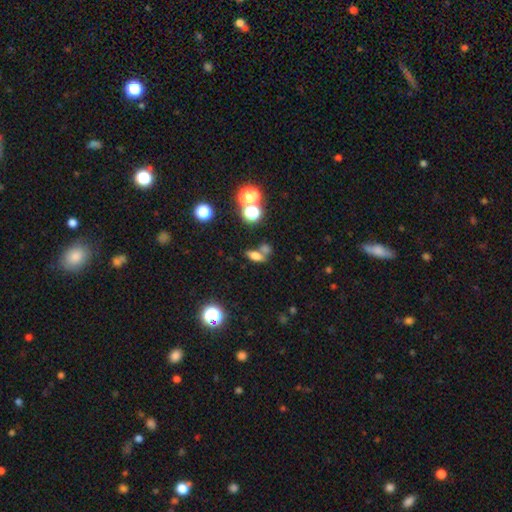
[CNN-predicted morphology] smooth-or-featured: smooth: 66% | star or artifact: 20% | featured or disk: 14%
  how-rounded: in between: 68% | round: 16% | cigar-shaped: 16%
  merging: none: 52% | merger: 31% | minor disturbance: 12% | major disturbance: 6%